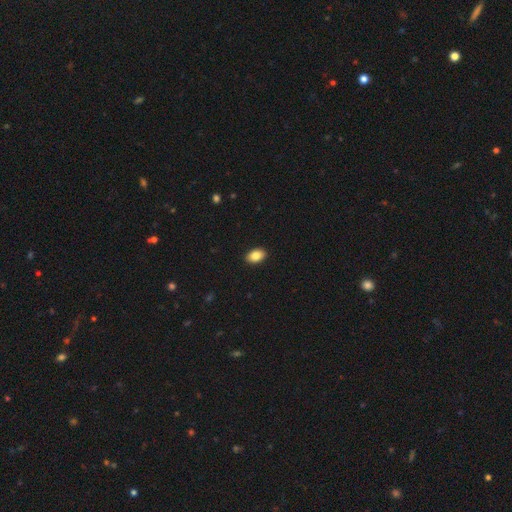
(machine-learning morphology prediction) A smooth galaxy with no disk features (86%) that is in between round and cigar-shaped (89%). Merging: none (91%).